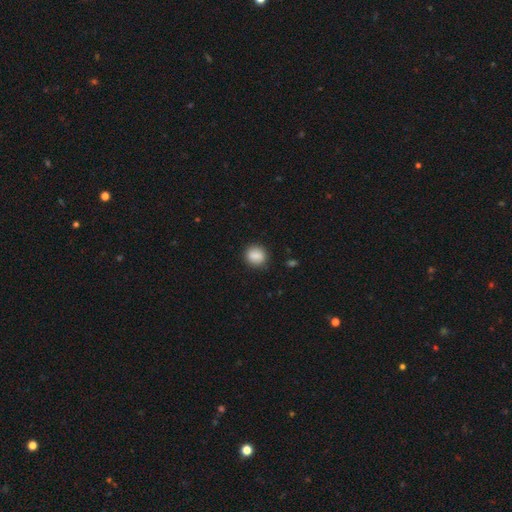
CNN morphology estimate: smooth 85%, star or artifact 8%, featured or disk 7%. Down the decision tree: how rounded — round (79%); merging — none (87%).